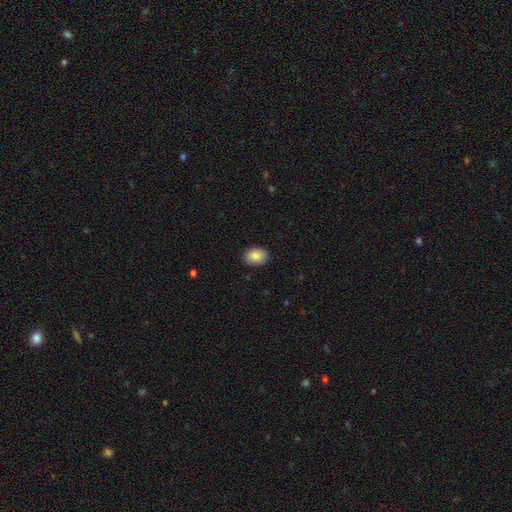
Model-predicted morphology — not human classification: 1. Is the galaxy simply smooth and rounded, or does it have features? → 88% smooth, 7% star or artifact, 5% featured or disk.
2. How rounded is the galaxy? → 74% in between, 25% round, 1% cigar-shaped.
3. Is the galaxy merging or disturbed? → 90% none, 7% minor disturbance, 2% major disturbance, 1% merger.